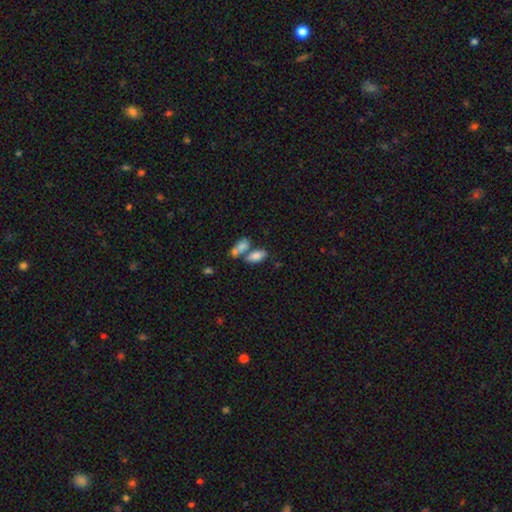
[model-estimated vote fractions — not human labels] smooth_or_featured: smooth (p=0.81) [alt: featured or disk p=0.11]
how_rounded: in between (p=0.90) [alt: cigar-shaped p=0.06]
merging: merger (p=0.47) [alt: none p=0.39]